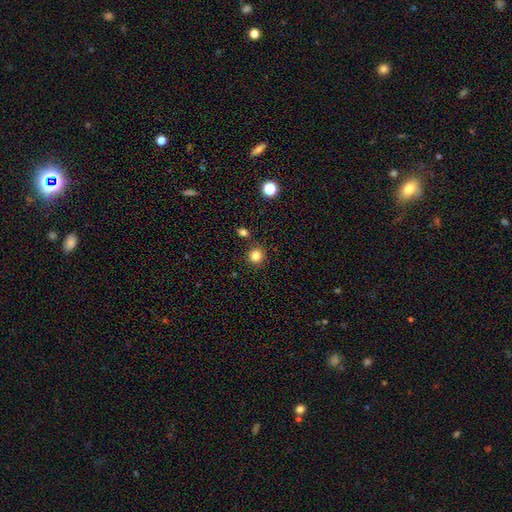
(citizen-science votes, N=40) Smooth or featured?
  - smooth: 82% *
  - star or artifact: 12%
  - featured or disk: 5%
How rounded?
  - round: 91% *
  - in between: 6%
  - cigar-shaped: 3%
Merging?
  - none: 74% *
  - merger: 11%
  - minor disturbance: 9%
  - major disturbance: 6%